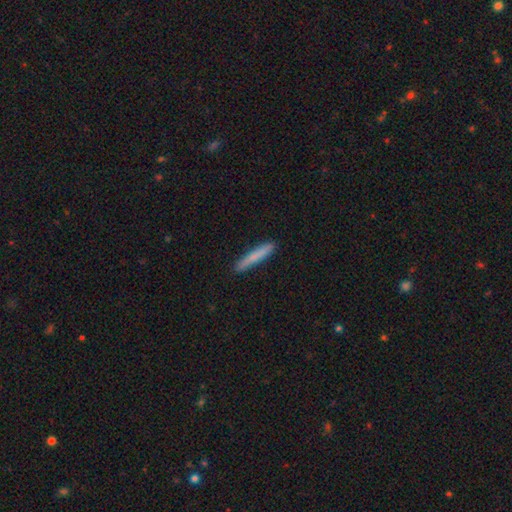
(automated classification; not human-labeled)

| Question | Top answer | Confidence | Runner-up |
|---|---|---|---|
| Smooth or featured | smooth | 77% | featured or disk (17%) |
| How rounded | cigar-shaped | 95% | in between (4%) |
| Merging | none | 89% | minor disturbance (8%) |